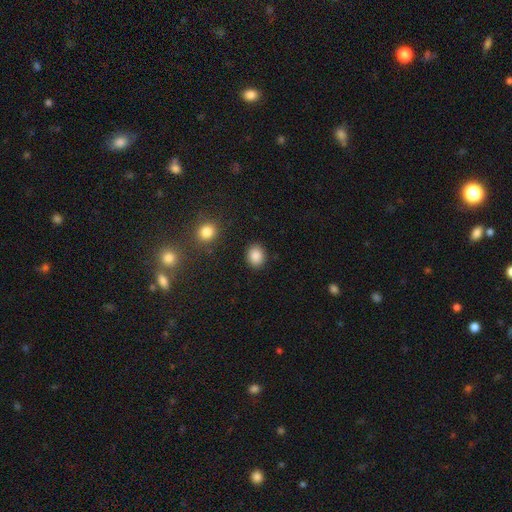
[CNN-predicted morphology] type=smooth (87%); roundness=round (51%); merging=none (88%).